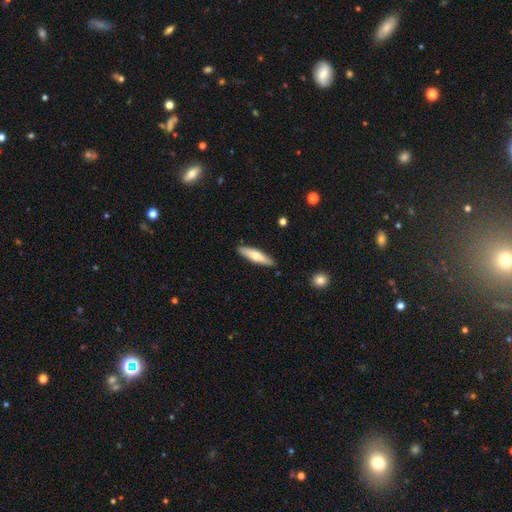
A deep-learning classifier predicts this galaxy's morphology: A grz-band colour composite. It shows a smooth galaxy with no disk features (64%) that is cigar-shaped (73%). Merging: none (88%).